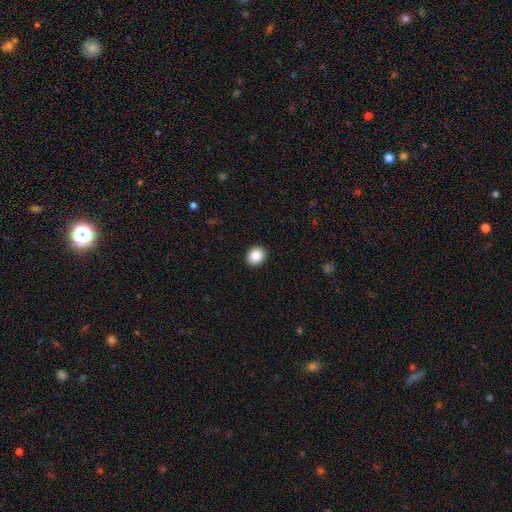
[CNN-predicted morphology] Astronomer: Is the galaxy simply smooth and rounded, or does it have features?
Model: smooth — 87%.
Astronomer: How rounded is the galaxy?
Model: round — 73%.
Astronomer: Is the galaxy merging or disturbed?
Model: none — 92%.